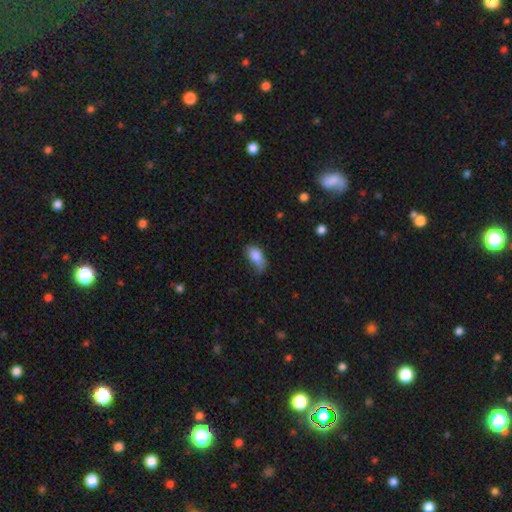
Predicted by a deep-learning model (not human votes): Overall: smooth (84%). How rounded: in between (90%). Merging: none (43%; minor disturbance 40%).